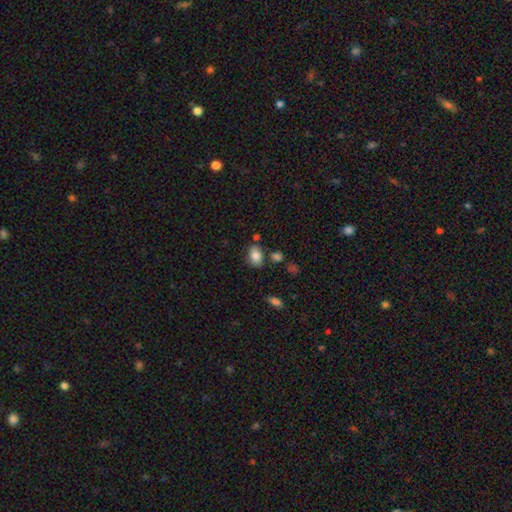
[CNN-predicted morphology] smooth_or_featured: smooth (p=0.82) [alt: featured or disk p=0.09]
how_rounded: in between (p=0.81) [alt: round p=0.17]
merging: none (p=0.73) [alt: minor disturbance p=0.15]